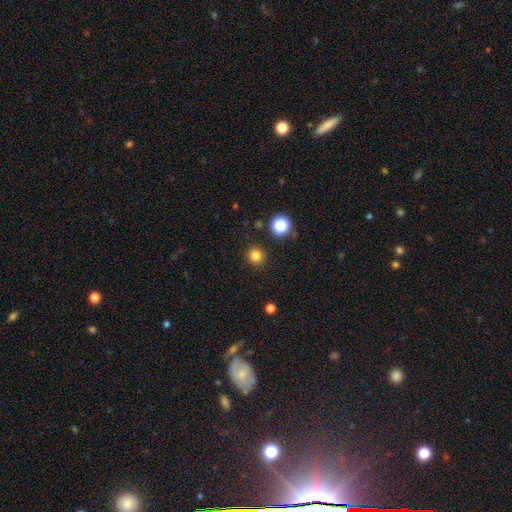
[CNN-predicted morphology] Smooth or featured?
  - smooth: 81% *
  - star or artifact: 14%
  - featured or disk: 5%
How rounded?
  - round: 93% *
  - in between: 6%
  - cigar-shaped: 1%
Merging?
  - none: 91% *
  - minor disturbance: 5%
  - major disturbance: 2%
  - merger: 2%